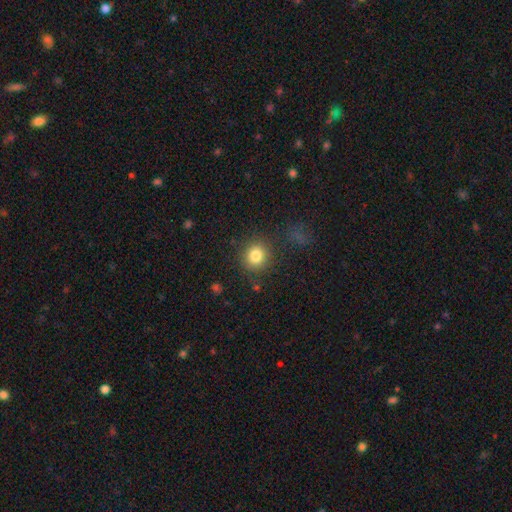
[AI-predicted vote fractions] The model was most divided on "smooth or featured": smooth: 83%, star or artifact: 11%, featured or disk: 6%. More confident: how rounded — round (88%); merging — none (83%).